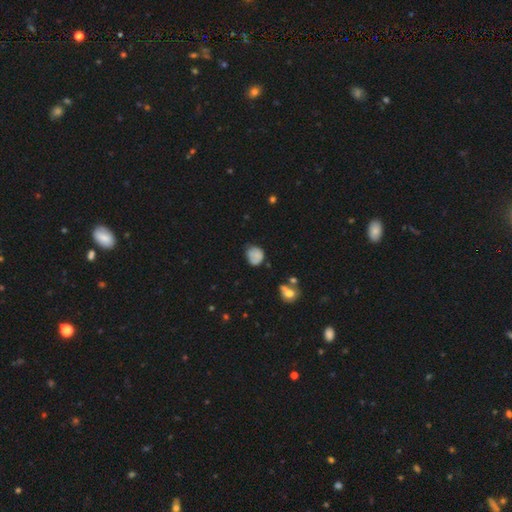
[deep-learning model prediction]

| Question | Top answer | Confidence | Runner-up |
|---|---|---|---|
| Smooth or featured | smooth | 74% | featured or disk (16%) |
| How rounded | round | 67% | in between (32%) |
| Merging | none | 52% | minor disturbance (33%) |